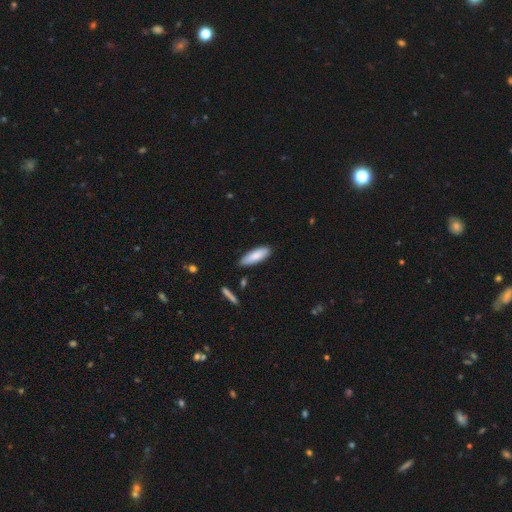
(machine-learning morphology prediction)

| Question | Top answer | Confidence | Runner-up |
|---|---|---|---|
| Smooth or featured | smooth | 85% | featured or disk (10%) |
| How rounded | in between | 55% | cigar-shaped (44%) |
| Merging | none | 84% | minor disturbance (12%) |